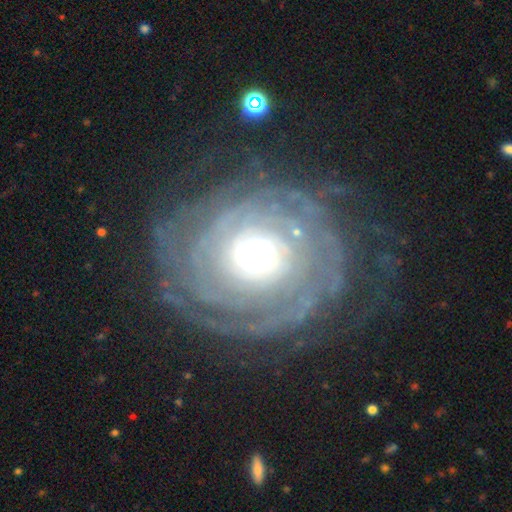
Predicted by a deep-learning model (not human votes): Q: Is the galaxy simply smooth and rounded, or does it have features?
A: featured or disk — 86%.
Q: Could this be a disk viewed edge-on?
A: no — 97%.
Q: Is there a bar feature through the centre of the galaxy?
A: no — 78%.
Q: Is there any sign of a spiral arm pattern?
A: yes — 93%.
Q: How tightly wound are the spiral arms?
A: tight — 81%.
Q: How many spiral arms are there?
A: can't tell — 36%.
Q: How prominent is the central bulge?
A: moderate — 54%.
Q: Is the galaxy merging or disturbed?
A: none — 74%.